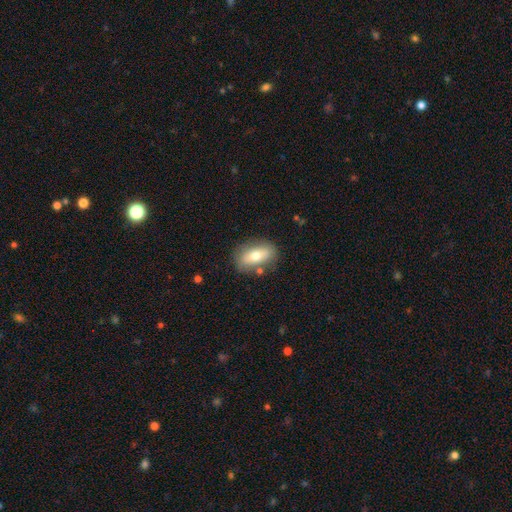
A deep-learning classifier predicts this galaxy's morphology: Smooth or featured: smooth — 69% (featured or disk — 24%)
How rounded: in between — 86% (round — 7%)
Merging: none — 78% (minor disturbance — 14%)